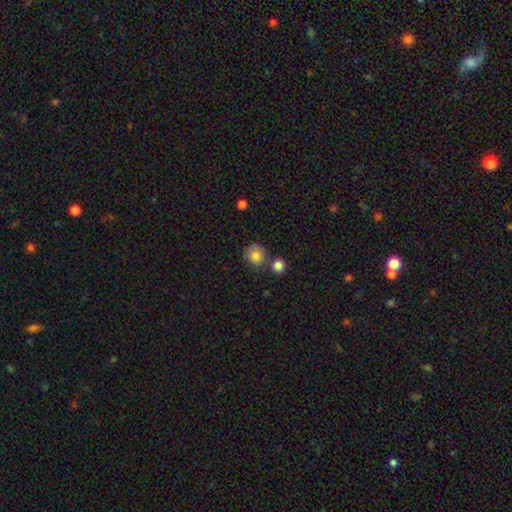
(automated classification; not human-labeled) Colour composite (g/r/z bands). It shows a smooth galaxy with no disk features (84%) that is round (87%). Merging: none (68%).